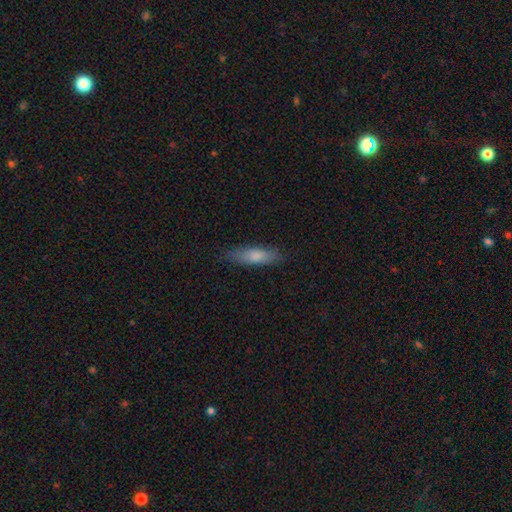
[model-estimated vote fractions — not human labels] A smooth galaxy with no disk features (77%) that is cigar-shaped (60%).

Vote fractions:
- Smooth or featured? smooth: 77% / featured or disk: 17% / star or artifact: 6%
- How rounded? cigar-shaped: 60% / in between: 39% / round: 2%
- Merging? none: 84% / minor disturbance: 13% / major disturbance: 3% / merger: 1%